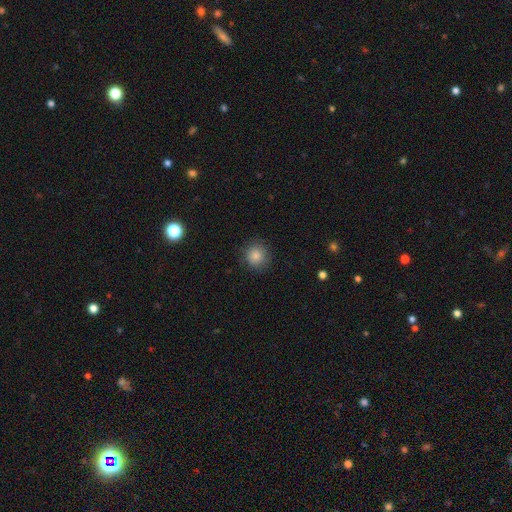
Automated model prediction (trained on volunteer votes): Smooth or featured: smooth — 85% (star or artifact — 10%)
How rounded: round — 91% (in between — 8%)
Merging: none — 86% (minor disturbance — 10%)